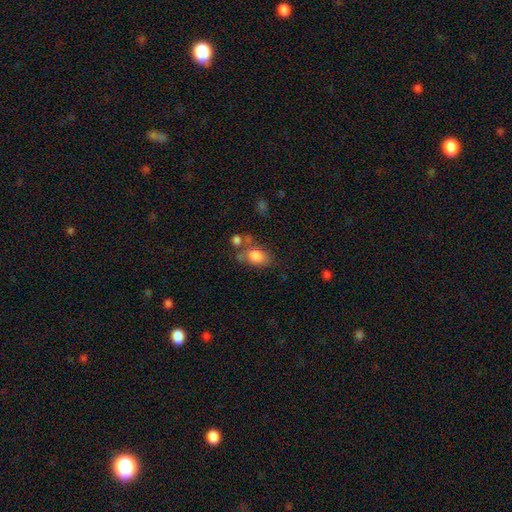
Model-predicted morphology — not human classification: Smooth or featured?
  - smooth: 81% *
  - featured or disk: 10%
  - star or artifact: 9%
How rounded?
  - in between: 79% *
  - round: 19%
  - cigar-shaped: 2%
Merging?
  - none: 45% *
  - merger: 23%
  - minor disturbance: 21%
  - major disturbance: 11%